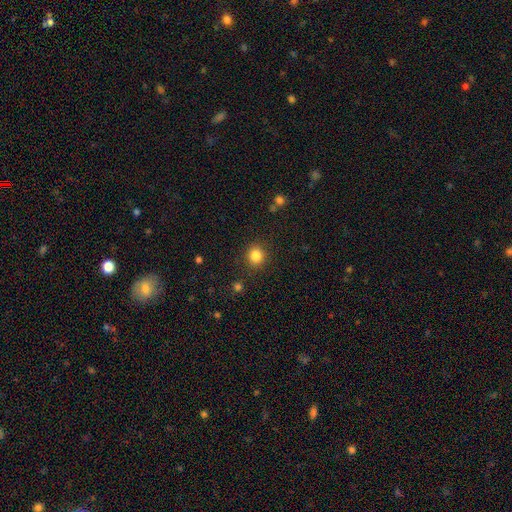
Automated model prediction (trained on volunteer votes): This is clearly a smooth galaxy (84%). How rounded: clearly round (82%). Merging: clearly none (88%).